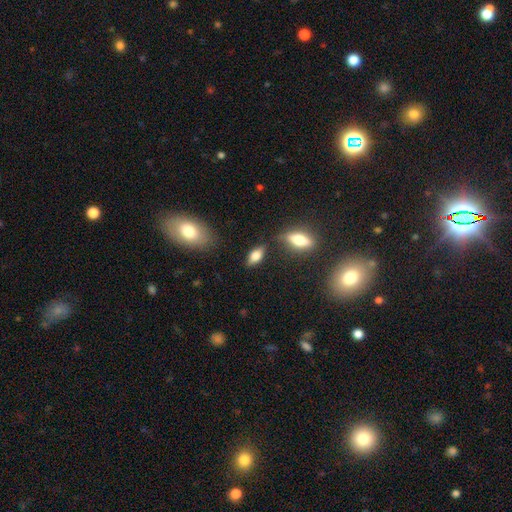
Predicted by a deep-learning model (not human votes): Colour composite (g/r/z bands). It shows a smooth galaxy with no disk features (72%) that is in between round and cigar-shaped (82%). Merging: none (75%).